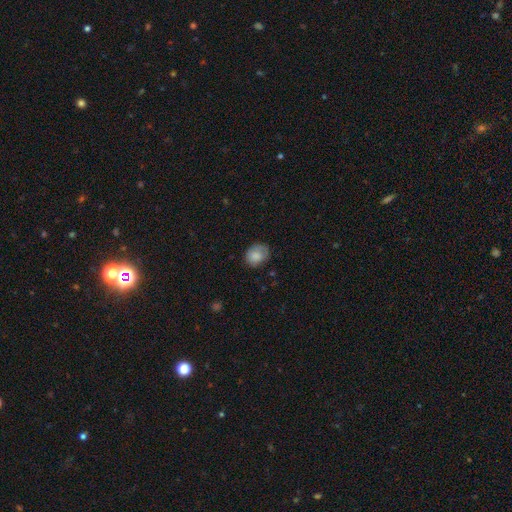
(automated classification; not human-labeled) A smooth galaxy with no disk features (81%) that is round (50%). Merging: none (64%).